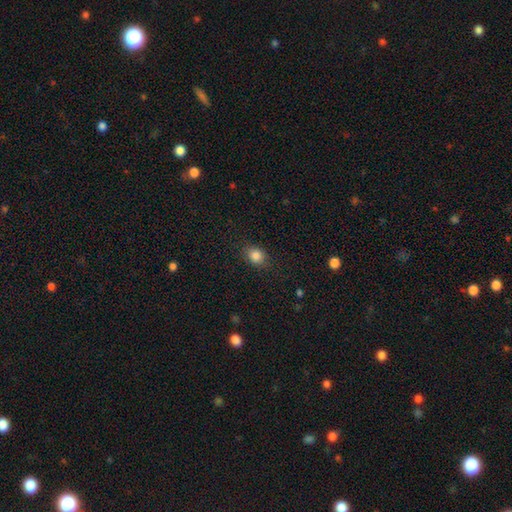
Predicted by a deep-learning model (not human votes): smooth_or_featured: smooth (p=0.85) [alt: star or artifact p=0.10]
how_rounded: round (p=0.56) [alt: in between p=0.43]
merging: none (p=0.84) [alt: minor disturbance p=0.12]